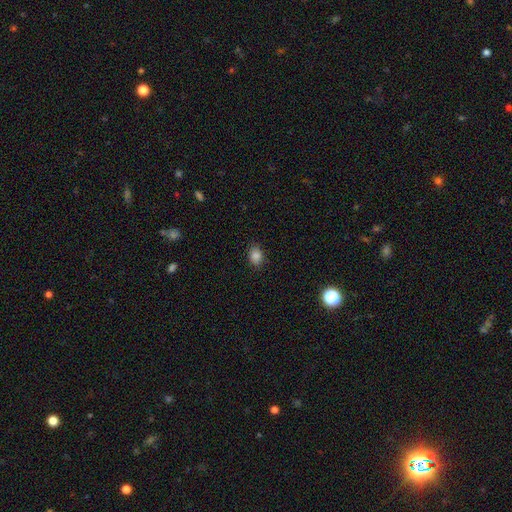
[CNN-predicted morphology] This is clearly a smooth galaxy (85%). How rounded: likely in between (67%). Merging: clearly none (86%).